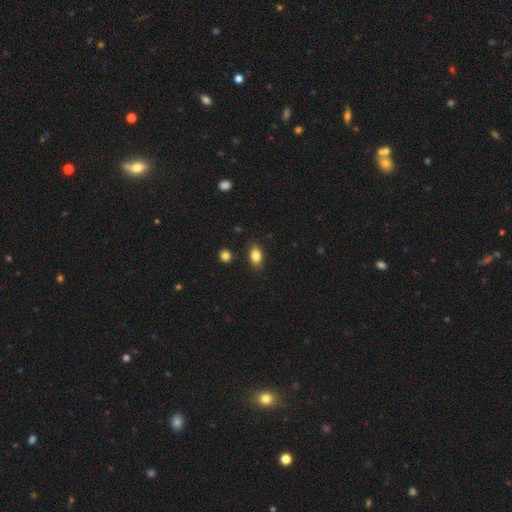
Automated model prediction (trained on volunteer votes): Smooth or featured? Predicted: smooth (p=0.84). How rounded? Predicted: in between (p=0.85). Merging? Predicted: none (p=0.85).